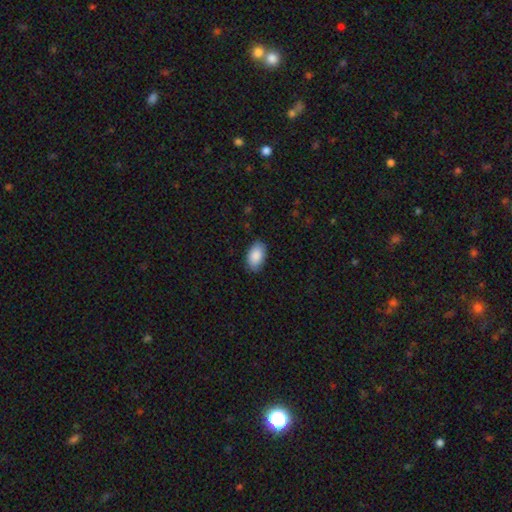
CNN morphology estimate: Smooth or featured? smooth (89%)
How rounded? in between (94%)
Merging? none (84%)